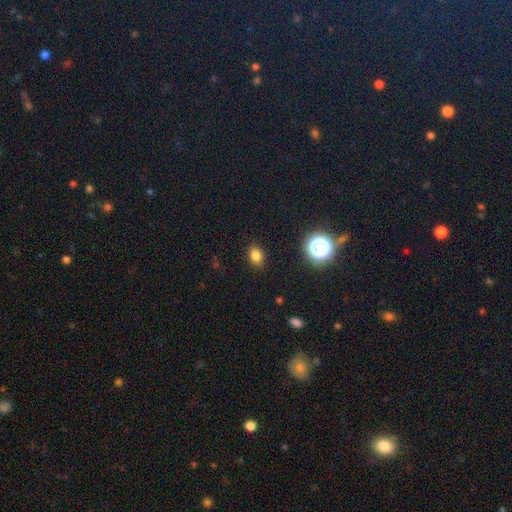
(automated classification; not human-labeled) smooth-or-featured: smooth: 80% | star or artifact: 14% | featured or disk: 6%
  how-rounded: in between: 67% | round: 31% | cigar-shaped: 1%
  merging: none: 88% | minor disturbance: 9% | major disturbance: 2% | merger: 1%